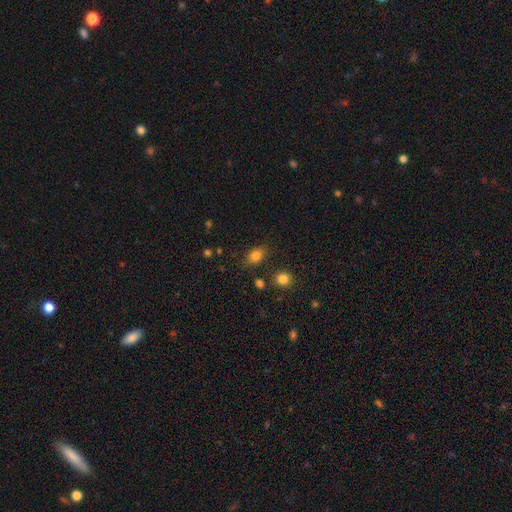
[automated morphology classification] Smooth or featured? smooth (81%)
How rounded? in between (76%)
Merging? none (79%)